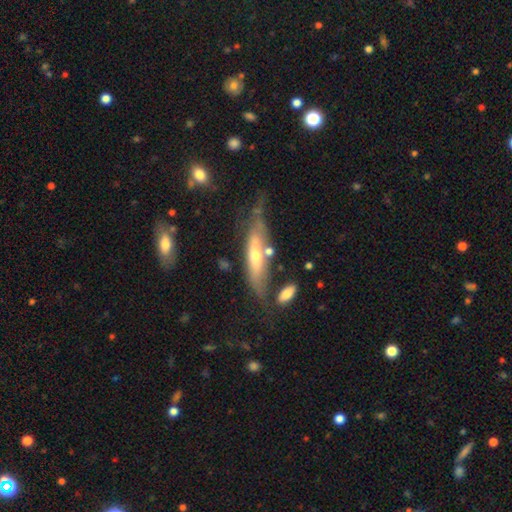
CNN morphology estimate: featured or disk 57%, smooth 37%, star or artifact 7%. Down the decision tree: edge-on disk — yes (60%); merging — none (47%).